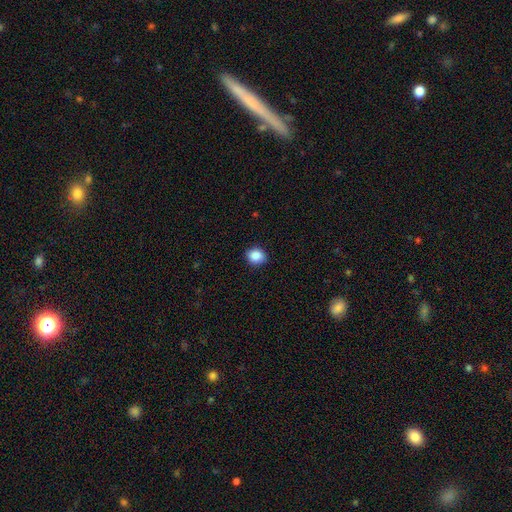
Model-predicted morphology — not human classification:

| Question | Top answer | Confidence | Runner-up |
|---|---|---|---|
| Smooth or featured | smooth | 87% | star or artifact (9%) |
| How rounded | round | 75% | in between (24%) |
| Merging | none | 88% | minor disturbance (9%) |